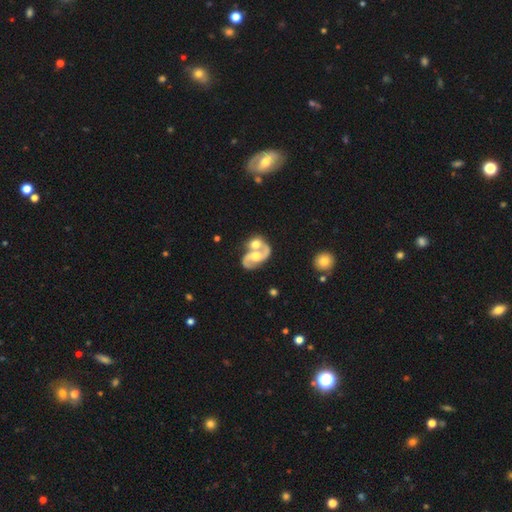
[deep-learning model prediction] featured or disk 86%, smooth 10%, star or artifact 5%. Down the decision tree: edge-on disk — no (98%); bar — no (55%); spiral arms — yes (93%); spiral arm count — 2 (92%); spiral winding — medium (53%); bulge size — moderate (69%); merging — merger (49%).